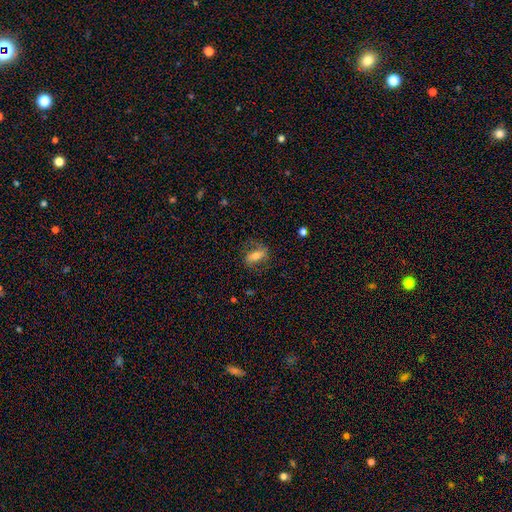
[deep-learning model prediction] Smooth or featured?
  - smooth: 54% *
  - featured or disk: 38%
  - star or artifact: 9%
How rounded?
  - in between: 76% *
  - cigar-shaped: 14%
  - round: 10%
Merging?
  - none: 71% *
  - minor disturbance: 17%
  - major disturbance: 11%
  - merger: 1%